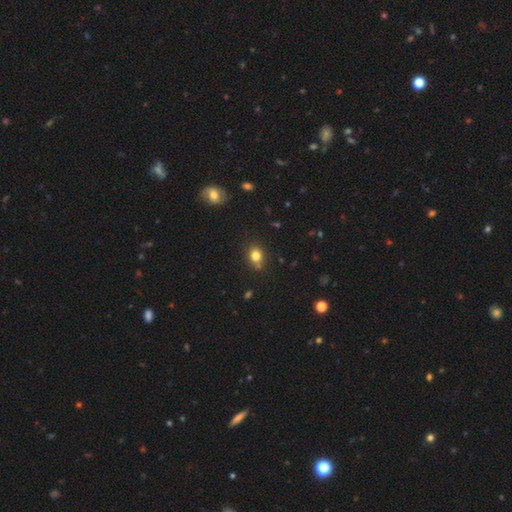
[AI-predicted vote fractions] smooth 79%, star or artifact 13%, featured or disk 8%. Down the decision tree: how rounded — round (61%); merging — none (72%).